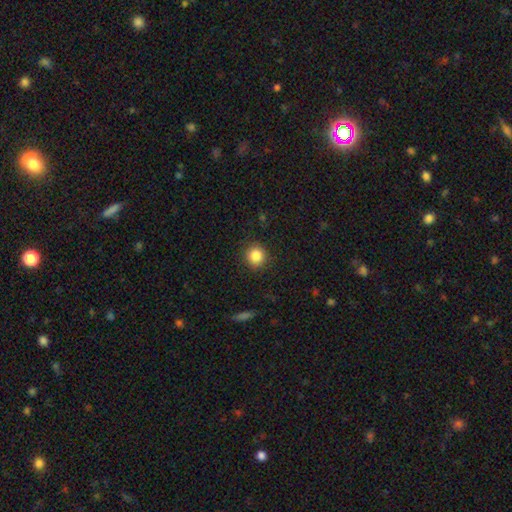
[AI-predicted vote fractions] Smooth or featured: smooth — 86% (star or artifact — 10%)
How rounded: round — 91% (in between — 8%)
Merging: none — 90% (minor disturbance — 7%)